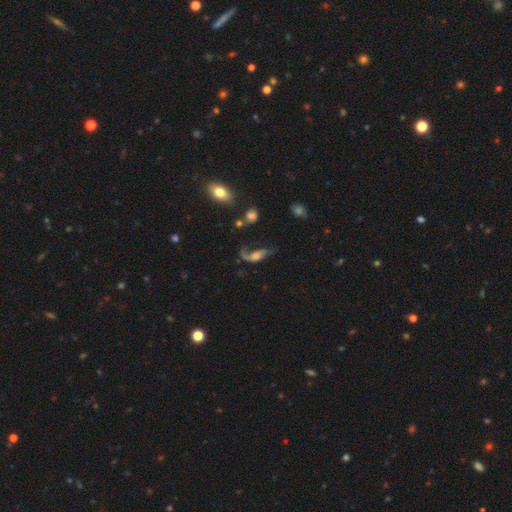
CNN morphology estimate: type=featured or disk (62%); edge-on=no (88%); bar=no (61%); spiral arms=yes (81%); bulge=small (29%); merging=major disturbance (40%).